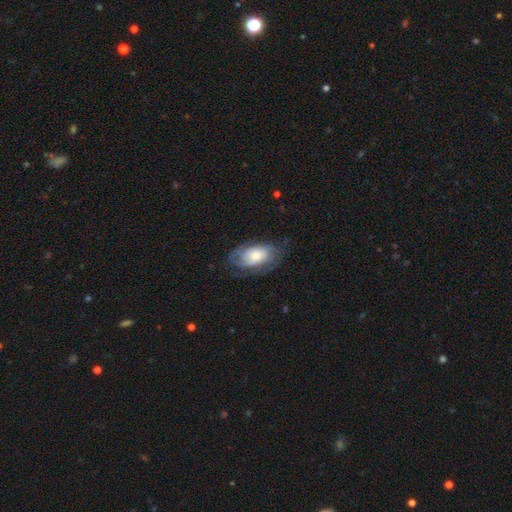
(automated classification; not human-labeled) Morphology: type=featured or disk (57%); edge-on=no (93%); bar=no (80%); spiral arms=yes (80%); bulge=moderate (45%); merging=none (64%).